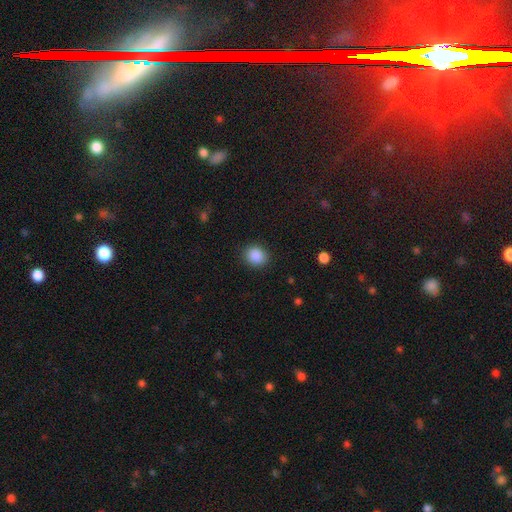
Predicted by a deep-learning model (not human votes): This is clearly a smooth galaxy (88%). How rounded: likely round (74%). Merging: clearly none (88%).